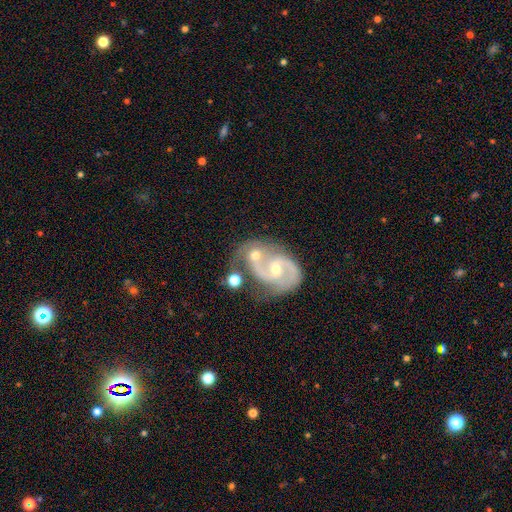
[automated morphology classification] A featured or disk galaxy (82%) with a weak bar (44%), 2 (89%) medium (56%) spiral arms (94%) and a small central bulge (50%). Merging: merger (52%).